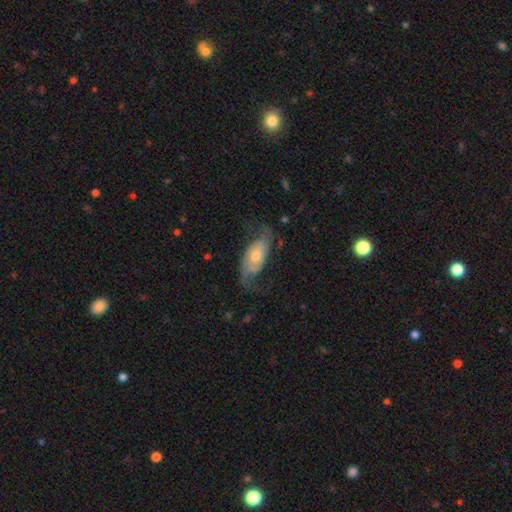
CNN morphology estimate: Smooth or featured?
  - featured or disk: 73% *
  - smooth: 20%
  - star or artifact: 7%
Edge-on disk?
  - no: 92% *
  - yes: 8%
Bar?
  - no: 68% *
  - weak: 25%
  - strong: 7%
Spiral arms?
  - yes: 90% *
  - no: 10%
Spiral winding?
  - loose: 48% *
  - medium: 36%
  - tight: 16%
Spiral arm count?
  - 2: 86% *
  - can't tell: 8%
  - 1: 3%
  - 3: 2%
  - 4: 1%
  - more than 4: 1%
Bulge size?
  - moderate: 57% *
  - small: 35%
  - large: 5%
  - none: 2%
  - dominant: 1%
Merging?
  - none: 63% *
  - minor disturbance: 20%
  - major disturbance: 15%
  - merger: 1%